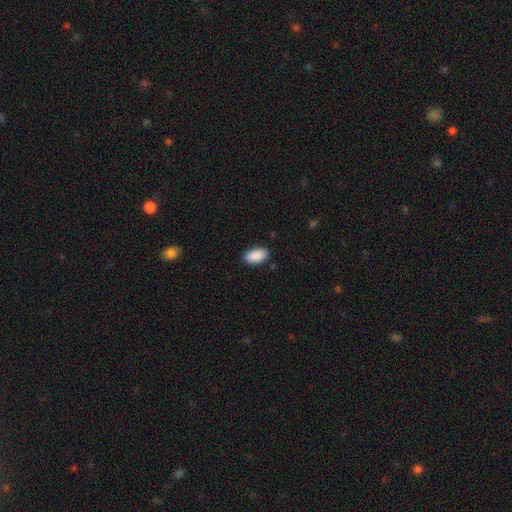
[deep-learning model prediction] smooth 91%, star or artifact 6%, featured or disk 3%. Down the decision tree: how rounded — in between (94%); merging — none (88%).